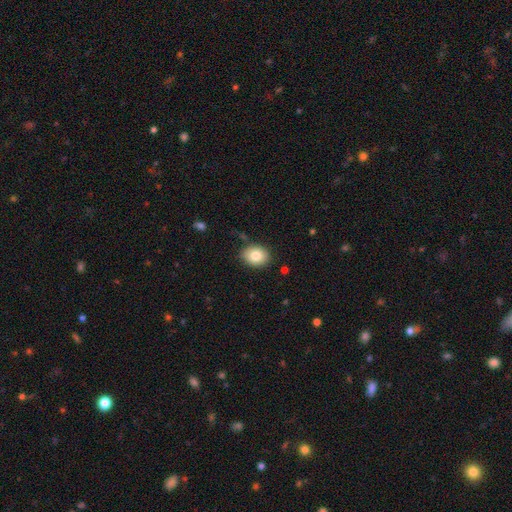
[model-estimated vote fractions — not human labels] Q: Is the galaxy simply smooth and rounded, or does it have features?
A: smooth — 81%.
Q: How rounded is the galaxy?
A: in between — 53%.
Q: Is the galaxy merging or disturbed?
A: none — 83%.